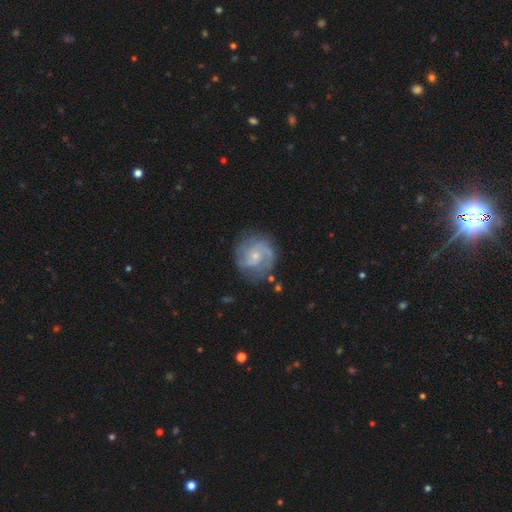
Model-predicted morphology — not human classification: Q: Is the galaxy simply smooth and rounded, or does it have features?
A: featured or disk — 80%.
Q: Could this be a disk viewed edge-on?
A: no — 98%.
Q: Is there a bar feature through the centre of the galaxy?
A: no — 63%.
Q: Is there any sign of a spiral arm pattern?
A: yes — 94%.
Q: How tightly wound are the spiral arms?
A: medium — 45%.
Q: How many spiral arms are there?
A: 2 — 49%.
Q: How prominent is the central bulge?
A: small — 69%.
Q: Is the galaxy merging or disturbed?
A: none — 73%.